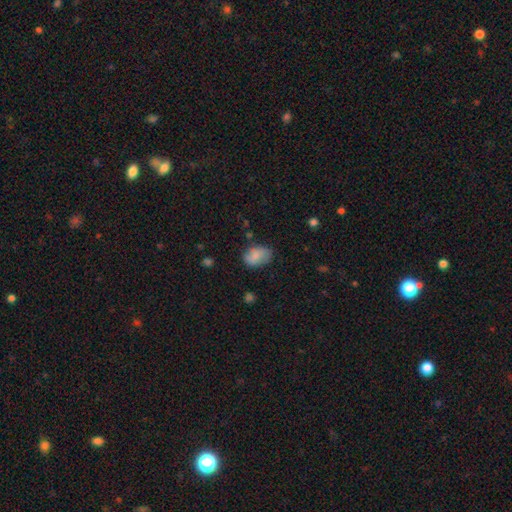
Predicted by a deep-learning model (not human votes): smooth_or_featured: smooth (p=0.77) [alt: featured or disk p=0.15]
how_rounded: in between (p=0.82) [alt: round p=0.16]
merging: none (p=0.62) [alt: minor disturbance p=0.27]